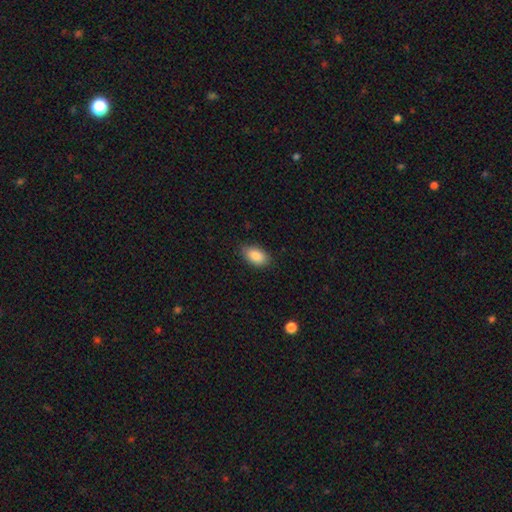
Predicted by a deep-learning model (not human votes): A smooth galaxy with no disk features (88%) that is in between round and cigar-shaped (93%).

Vote fractions:
- Smooth or featured? smooth: 88% / star or artifact: 7% / featured or disk: 5%
- How rounded? in between: 93% / round: 5% / cigar-shaped: 2%
- Merging? none: 85% / minor disturbance: 12% / major disturbance: 2% / merger: 1%